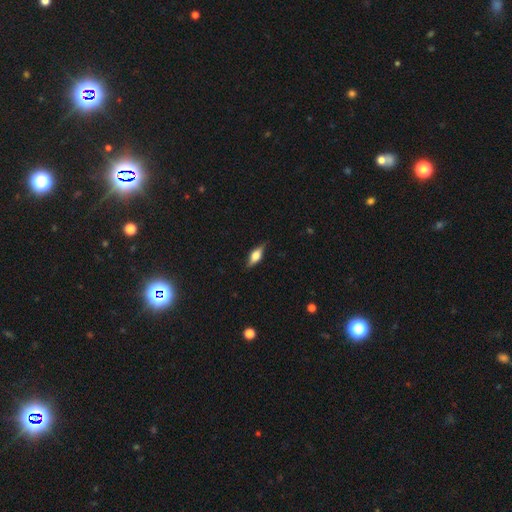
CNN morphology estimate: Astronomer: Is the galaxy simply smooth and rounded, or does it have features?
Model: featured or disk — 56% (runner-up: smooth, 37%).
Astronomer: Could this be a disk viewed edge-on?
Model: yes — 94%.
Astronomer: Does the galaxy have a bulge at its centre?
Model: rounded — 90%.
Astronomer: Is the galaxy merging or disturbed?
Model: none — 85%.